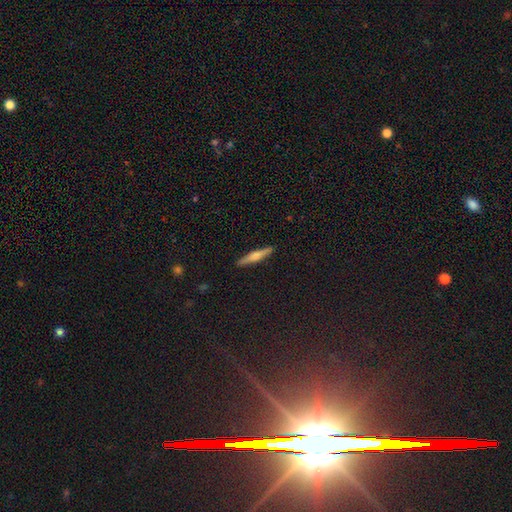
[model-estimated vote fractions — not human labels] Overall: featured or disk (49%; smooth 44%). Merging: none (91%).